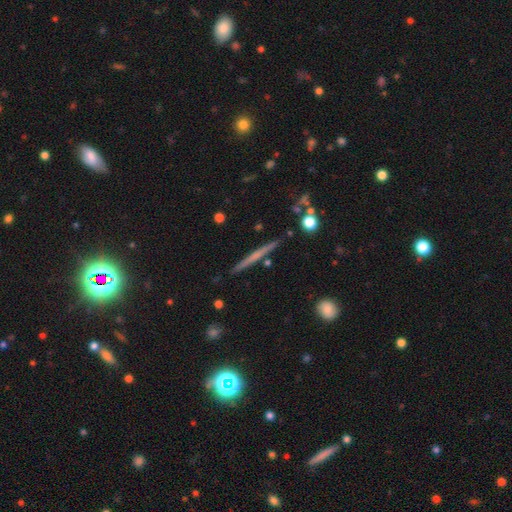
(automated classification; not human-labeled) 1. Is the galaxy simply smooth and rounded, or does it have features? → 54% featured or disk, 39% smooth, 7% star or artifact.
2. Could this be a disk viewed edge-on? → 97% yes, 3% no.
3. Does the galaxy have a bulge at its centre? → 83% none, 12% rounded, 4% boxy.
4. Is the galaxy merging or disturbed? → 90% none, 7% minor disturbance, 2% merger, 1% major disturbance.